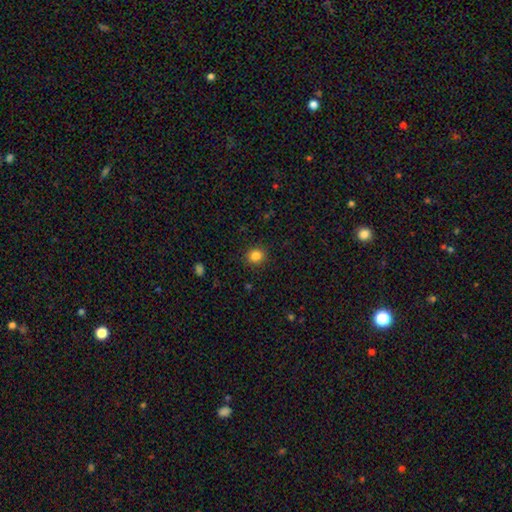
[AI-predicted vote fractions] smooth-or-featured: smooth: 84% | star or artifact: 11% | featured or disk: 4%
  how-rounded: round: 80% | in between: 19% | cigar-shaped: 1%
  merging: none: 90% | minor disturbance: 6% | major disturbance: 2% | merger: 1%